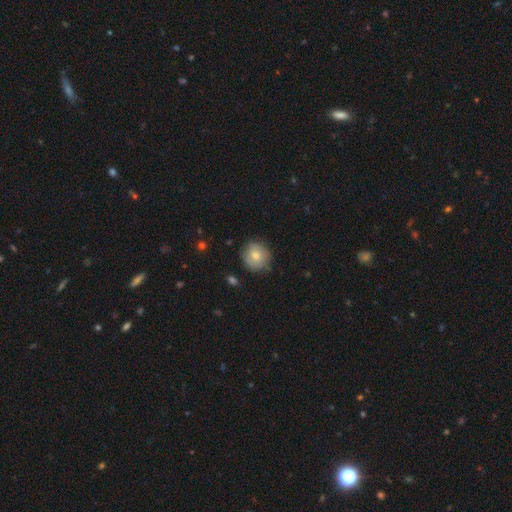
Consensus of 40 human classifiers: This is likely a smooth galaxy (72%). How rounded: clearly round (83%). Merging: likely none (65%).